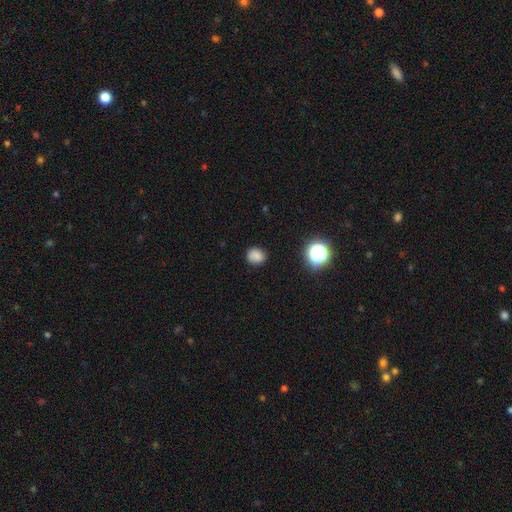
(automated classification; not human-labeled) Q: Smooth or featured?
A: smooth (81%); runner-up: star or artifact (14%)
Q: How rounded?
A: round (71%); runner-up: in between (28%)
Q: Merging?
A: none (83%); runner-up: minor disturbance (13%)